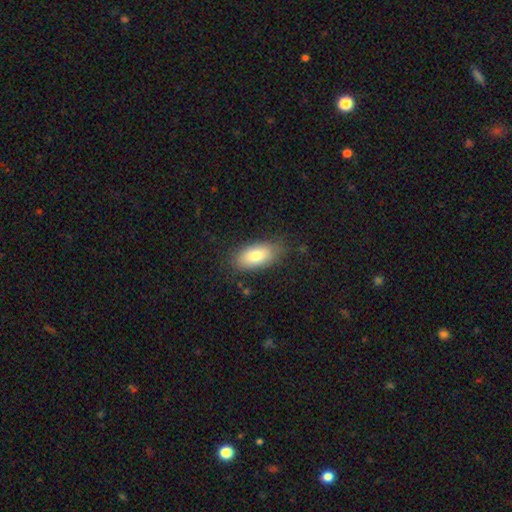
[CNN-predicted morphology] smooth_or_featured: smooth (p=0.80) [alt: featured or disk p=0.13]
how_rounded: in between (p=0.92) [alt: cigar-shaped p=0.04]
merging: none (p=0.80) [alt: minor disturbance p=0.15]